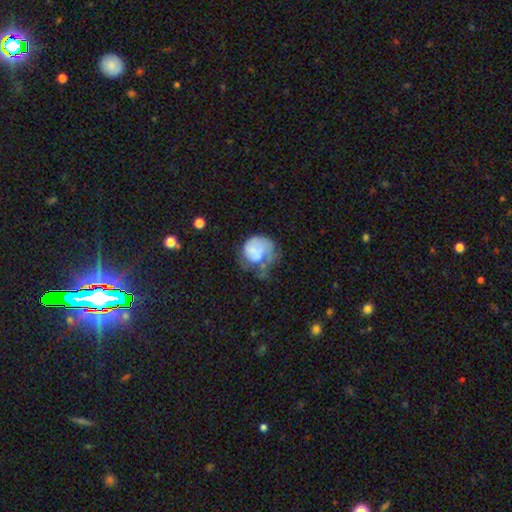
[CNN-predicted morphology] Smooth or featured?
  - smooth: 52% *
  - featured or disk: 40%
  - star or artifact: 8%
How rounded?
  - round: 70% *
  - in between: 29%
  - cigar-shaped: 1%
Merging?
  - major disturbance: 48% *
  - minor disturbance: 24%
  - none: 23%
  - merger: 5%